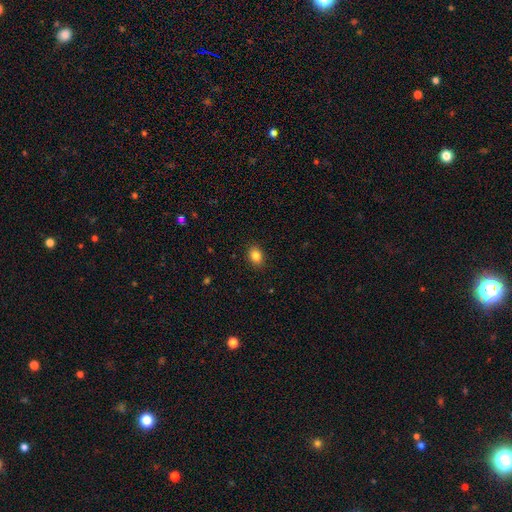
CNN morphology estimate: smooth 85%, star or artifact 10%, featured or disk 5%. Down the decision tree: how rounded — in between (69%); merging — none (89%).